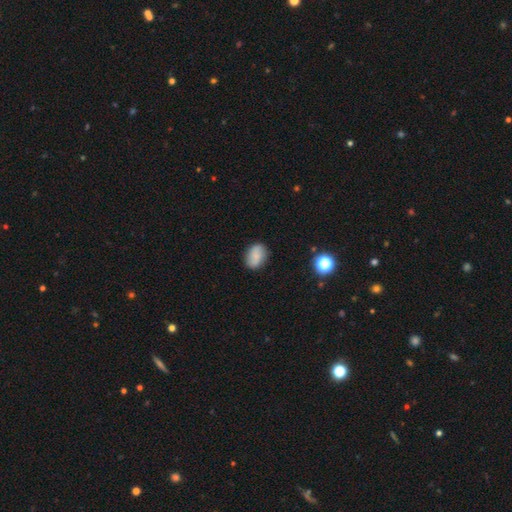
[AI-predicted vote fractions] Smooth or featured? smooth (78%)
How rounded? in between (77%)
Merging? none (82%)